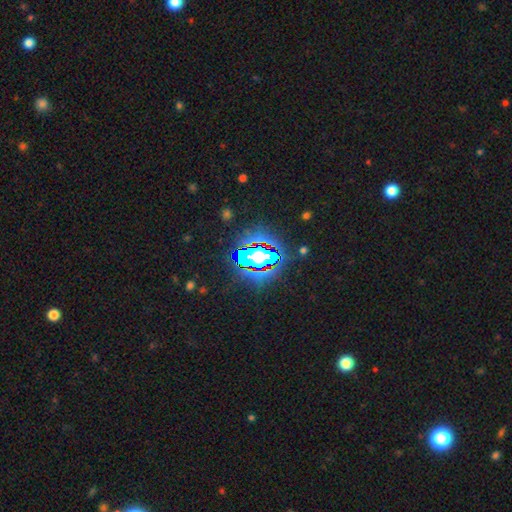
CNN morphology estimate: A star or artifact, not a galaxy (76%).